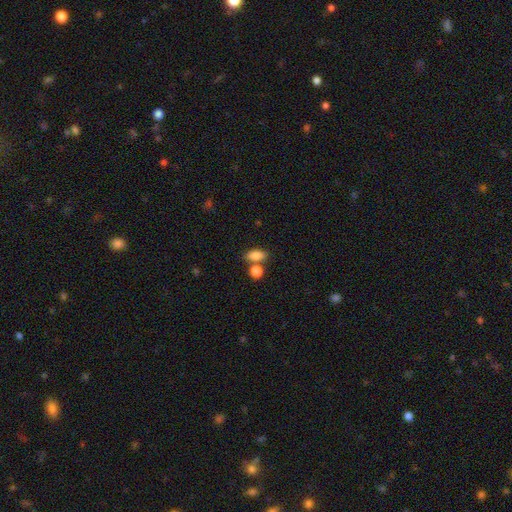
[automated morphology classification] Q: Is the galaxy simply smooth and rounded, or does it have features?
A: smooth — 84%.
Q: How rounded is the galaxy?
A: in between — 83%.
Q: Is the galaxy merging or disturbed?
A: none — 59%.